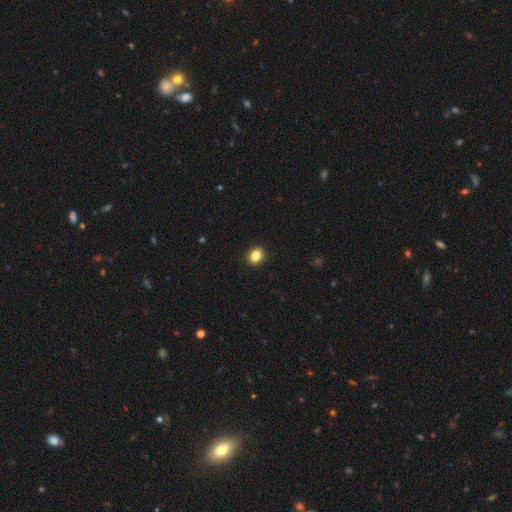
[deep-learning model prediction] smooth_or_featured: smooth (p=0.85) [alt: star or artifact p=0.10]
how_rounded: round (p=0.50) [alt: in between p=0.49]
merging: none (p=0.91) [alt: minor disturbance p=0.06]